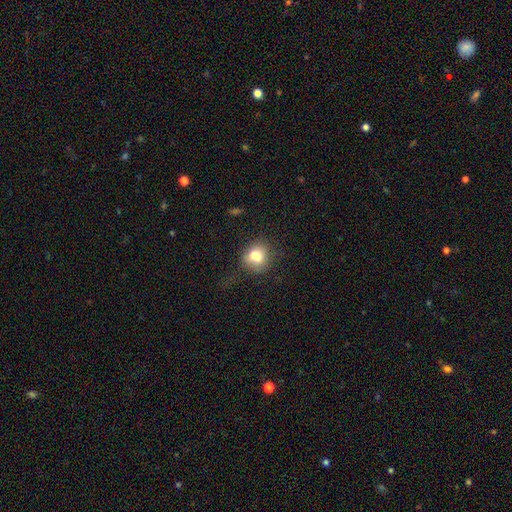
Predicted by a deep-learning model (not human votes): smooth_or_featured: smooth (p=0.74) [alt: featured or disk p=0.15]
how_rounded: round (p=0.66) [alt: in between p=0.33]
merging: none (p=0.49) [alt: minor disturbance p=0.21]